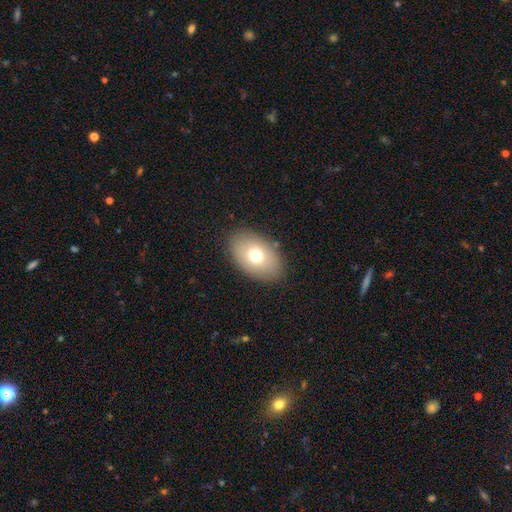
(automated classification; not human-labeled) smooth 71%, featured or disk 20%, star or artifact 9%. Down the decision tree: how rounded — in between (88%); merging — none (86%).